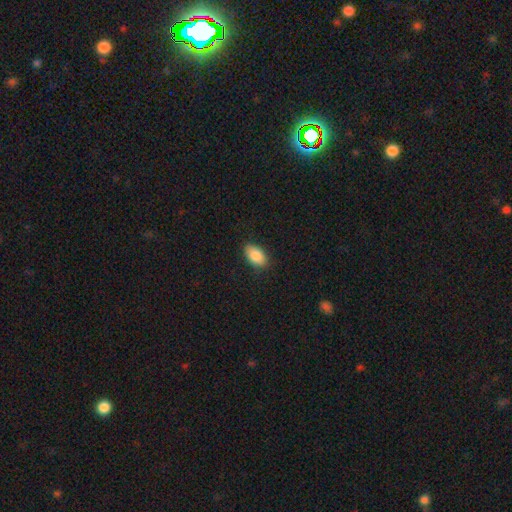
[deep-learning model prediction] Smooth or featured: smooth — 87% (star or artifact — 7%)
How rounded: in between — 93% (round — 5%)
Merging: none — 86% (minor disturbance — 10%)